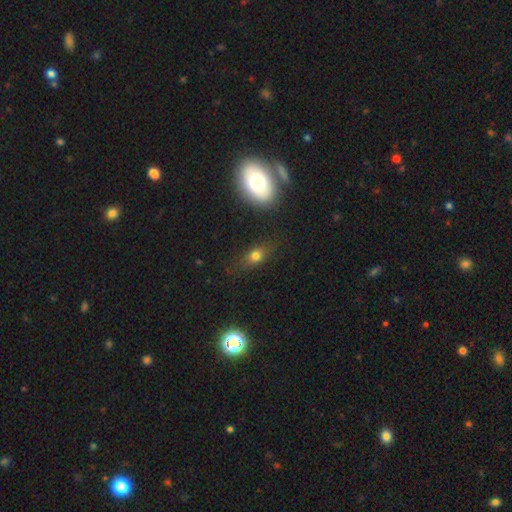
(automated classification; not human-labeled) Smooth or featured? smooth (70%)
How rounded? in between (69%)
Merging? none (77%)